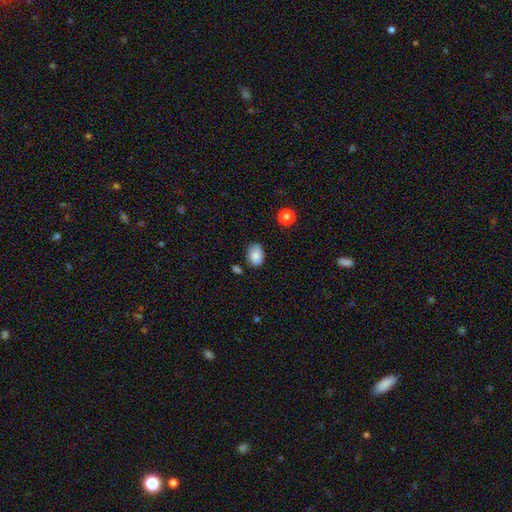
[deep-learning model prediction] Morphology: type=smooth (86%); roundness=in between (73%); merging=none (70%).